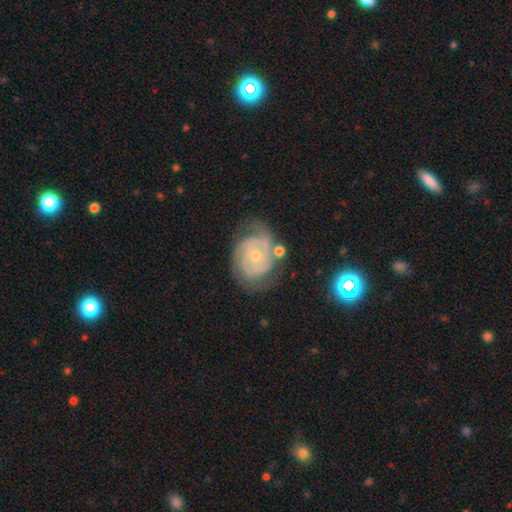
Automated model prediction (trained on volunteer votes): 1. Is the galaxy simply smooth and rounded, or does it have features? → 84% featured or disk, 10% smooth, 6% star or artifact.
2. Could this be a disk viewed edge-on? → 97% no, 3% yes.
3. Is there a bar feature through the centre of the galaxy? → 74% no, 22% weak, 5% strong.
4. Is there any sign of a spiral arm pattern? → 95% yes, 5% no.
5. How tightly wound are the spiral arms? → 69% tight, 26% medium, 6% loose.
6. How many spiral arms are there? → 42% 2, 23% 3, 21% can't tell, 6% 4, 4% 1, 4% more than 4.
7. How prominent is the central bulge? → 69% small, 28% moderate, 1% none, 1% large, 1% dominant.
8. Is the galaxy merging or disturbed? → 62% none, 22% minor disturbance, 10% major disturbance, 5% merger.